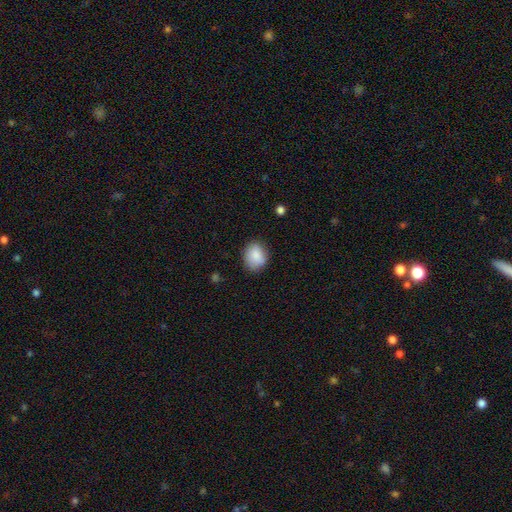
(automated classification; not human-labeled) smooth 87%, star or artifact 7%, featured or disk 6%. Down the decision tree: how rounded — in between (51%); merging — none (79%).